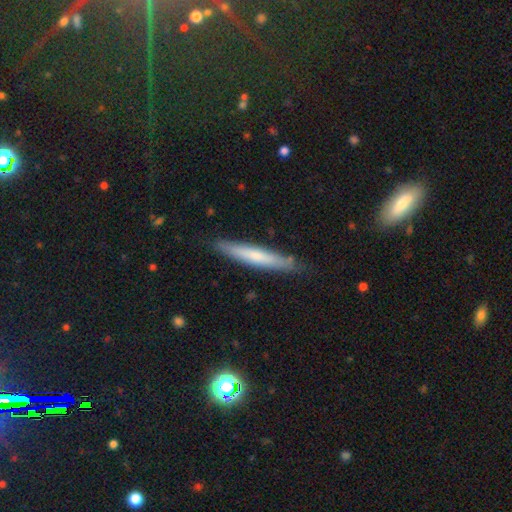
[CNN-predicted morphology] Smooth or featured?
  - smooth: 61% *
  - featured or disk: 33%
  - star or artifact: 6%
How rounded?
  - cigar-shaped: 94% *
  - in between: 5%
  - round: 1%
Merging?
  - none: 84% *
  - minor disturbance: 13%
  - major disturbance: 2%
  - merger: 2%